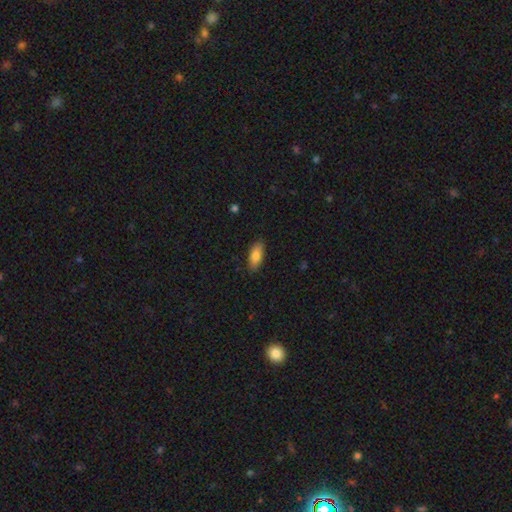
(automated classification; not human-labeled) This is clearly a smooth galaxy (82%). How rounded: clearly in between (83%). Merging: clearly none (86%).